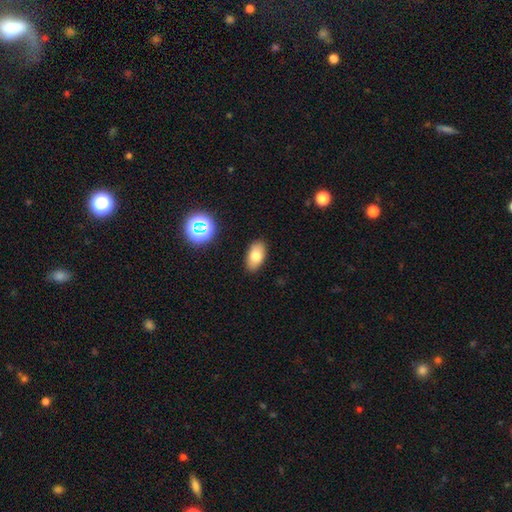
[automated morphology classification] Q: Smooth or featured?
A: smooth (75%); runner-up: featured or disk (14%)
Q: How rounded?
A: in between (92%); runner-up: round (6%)
Q: Merging?
A: none (88%); runner-up: minor disturbance (9%)